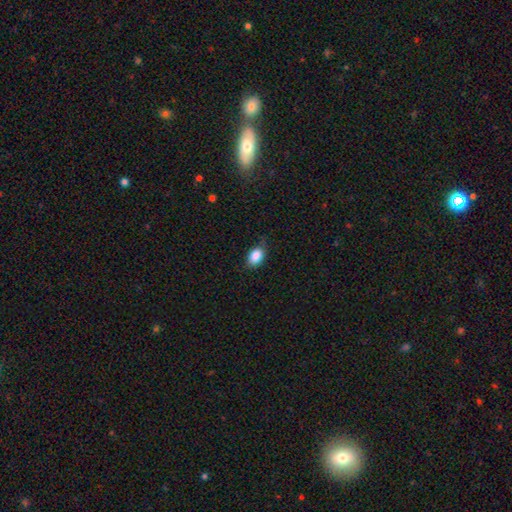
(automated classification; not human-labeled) Smooth or featured: smooth — 86% (star or artifact — 8%)
How rounded: in between — 83% (round — 15%)
Merging: none — 69% (minor disturbance — 24%)